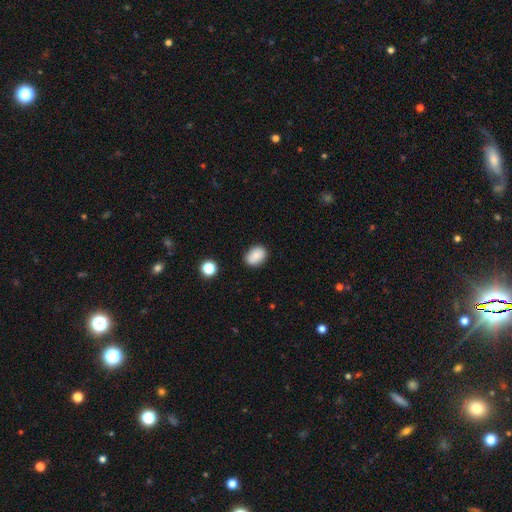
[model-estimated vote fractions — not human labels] smooth-or-featured: smooth: 87% | star or artifact: 9% | featured or disk: 5%
  how-rounded: in between: 75% | round: 24% | cigar-shaped: 1%
  merging: none: 82% | minor disturbance: 13% | major disturbance: 3% | merger: 2%